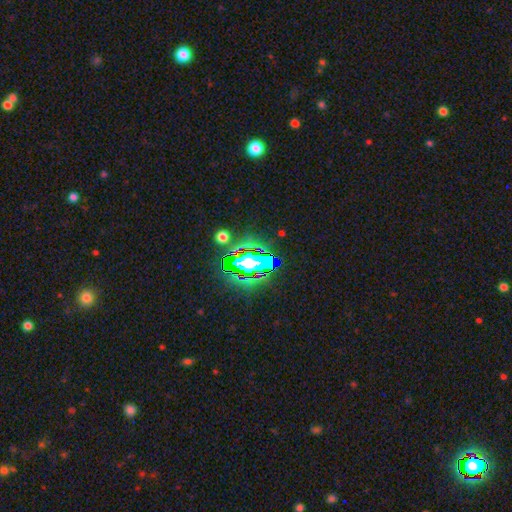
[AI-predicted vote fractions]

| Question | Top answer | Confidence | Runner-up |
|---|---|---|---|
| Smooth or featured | star or artifact | 84% | smooth (9%) |